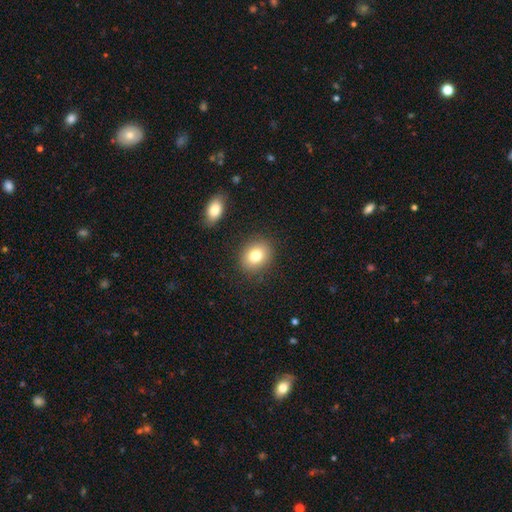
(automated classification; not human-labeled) smooth_or_featured: smooth (p=0.80) [alt: featured or disk p=0.10]
how_rounded: round (p=0.57) [alt: in between p=0.43]
merging: none (p=0.86) [alt: minor disturbance p=0.09]